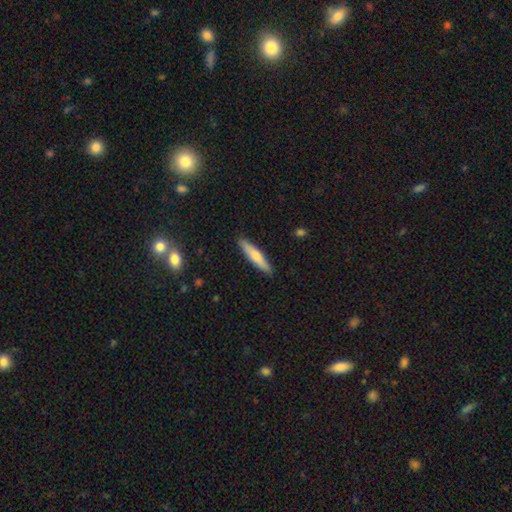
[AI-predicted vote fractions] This is likely a smooth galaxy (67%). How rounded: clearly cigar-shaped (86%). Merging: clearly none (90%).